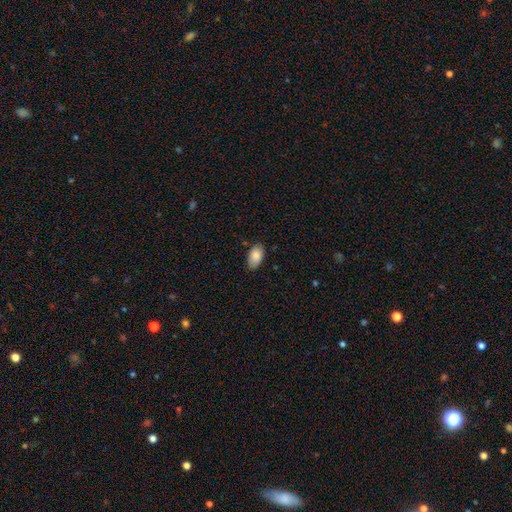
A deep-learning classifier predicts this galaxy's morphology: type=smooth (87%); roundness=in between (94%); merging=none (79%).